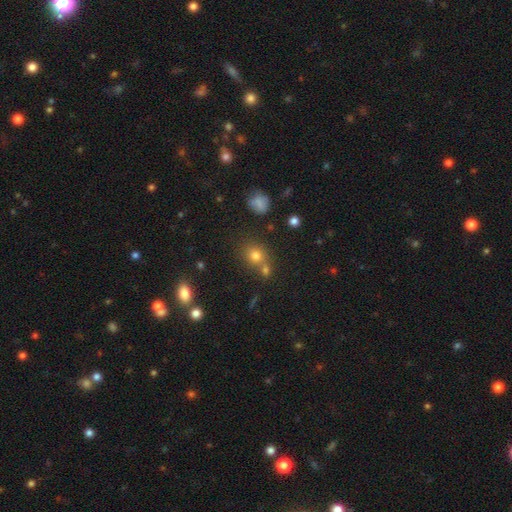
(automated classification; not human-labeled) This is likely a smooth galaxy (73%). How rounded: likely round (79%). Merging: possibly none (59%).